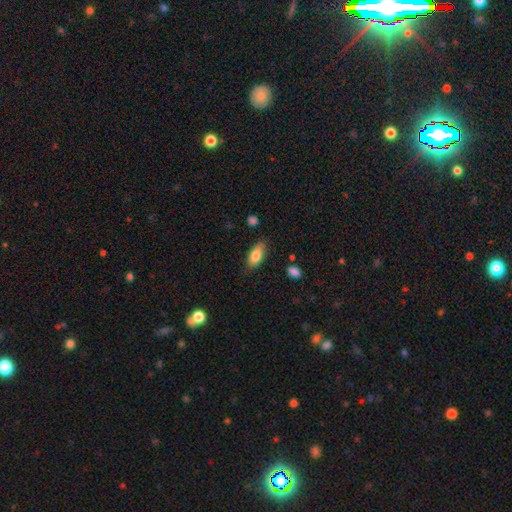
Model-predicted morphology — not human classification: Smooth or featured? smooth (81%)
How rounded? in between (86%)
Merging? none (78%)